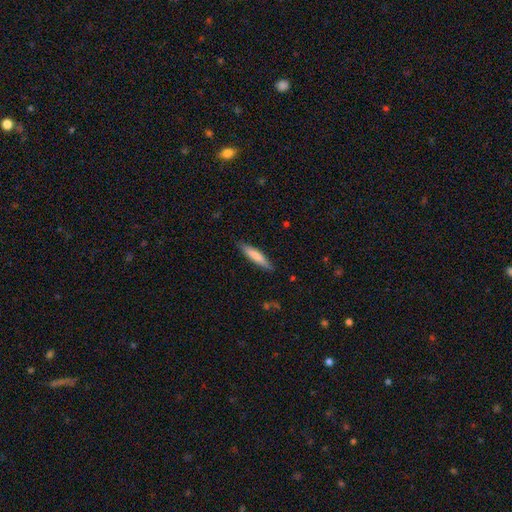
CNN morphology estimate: A smooth galaxy with no disk features (78%) that is cigar-shaped (84%).

Vote fractions:
- Smooth or featured? smooth: 78% / featured or disk: 17% / star or artifact: 5%
- How rounded? cigar-shaped: 84% / in between: 14% / round: 1%
- Merging? none: 85% / minor disturbance: 12% / major disturbance: 2% / merger: 1%